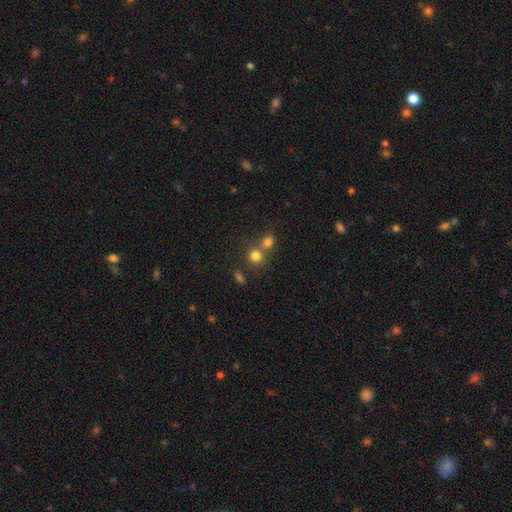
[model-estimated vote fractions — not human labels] This appears to be a smooth galaxy with no disk features (78%) that is round (82%). Merging: none (49%).